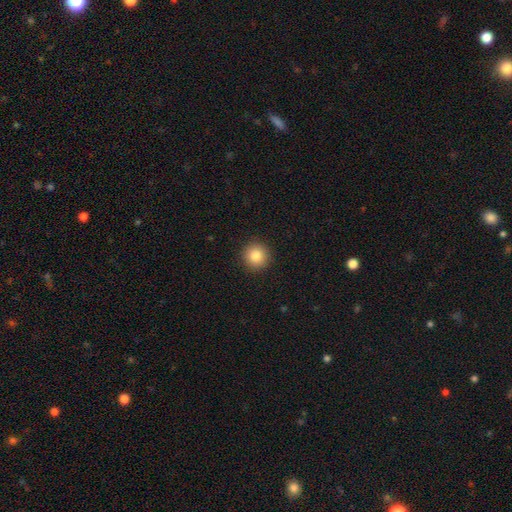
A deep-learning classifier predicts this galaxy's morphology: smooth-or-featured: smooth: 84% | star or artifact: 10% | featured or disk: 6%
  how-rounded: round: 95% | in between: 4% | cigar-shaped: 1%
  merging: none: 92% | minor disturbance: 5% | major disturbance: 2% | merger: 1%